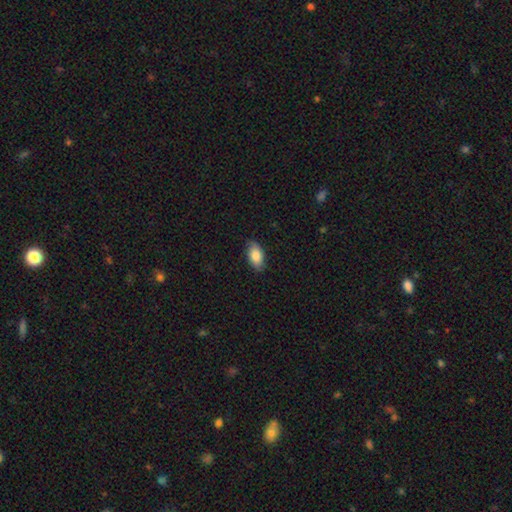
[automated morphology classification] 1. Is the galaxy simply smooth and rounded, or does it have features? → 83% smooth, 10% featured or disk, 6% star or artifact.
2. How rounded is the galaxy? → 93% in between, 4% round, 4% cigar-shaped.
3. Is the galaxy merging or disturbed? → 84% none, 13% minor disturbance, 2% major disturbance, 1% merger.